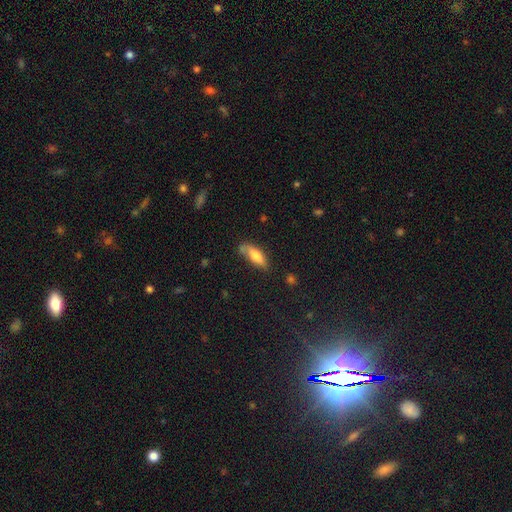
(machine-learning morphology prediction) Overall: smooth (74%). How rounded: in between (60%; cigar-shaped 38%). Merging: none (57%; minor disturbance 27%).